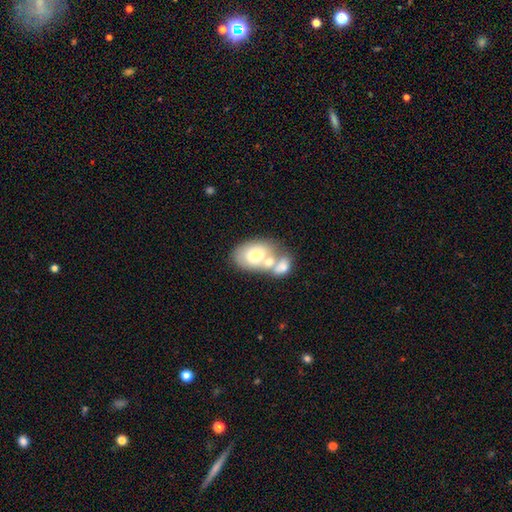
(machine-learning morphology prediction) smooth_or_featured: smooth (p=0.63) [alt: featured or disk p=0.30]
how_rounded: in between (p=0.85) [alt: round p=0.14]
merging: merger (p=0.57) [alt: none p=0.24]